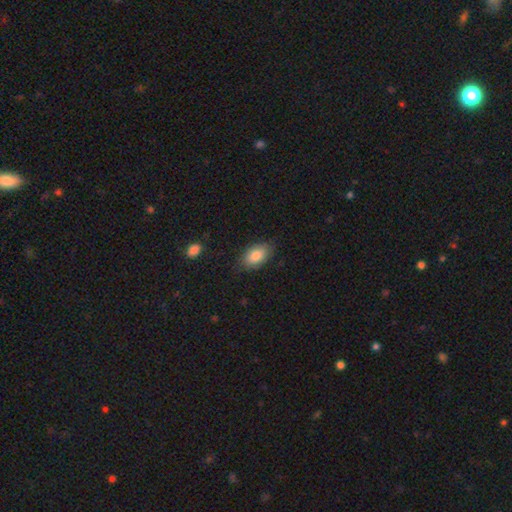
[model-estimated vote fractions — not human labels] The model was most divided on "merging": none: 80%, minor disturbance: 15%, major disturbance: 4%, merger: 1%. More confident: how rounded — in between (92%); smooth or featured — smooth (85%).